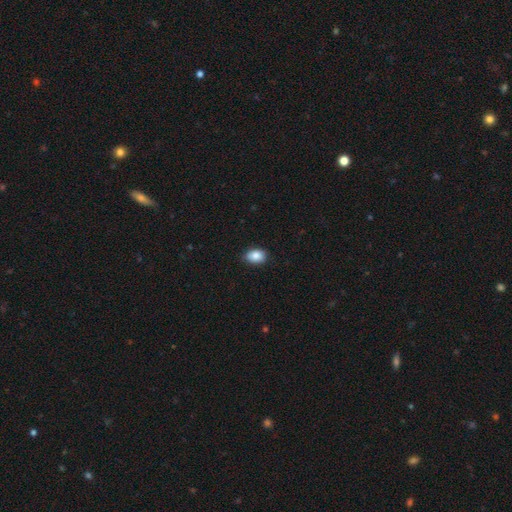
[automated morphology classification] Smooth or featured? Predicted: smooth (p=0.86). How rounded? Predicted: in between (p=0.76). Merging? Predicted: none (p=0.84).